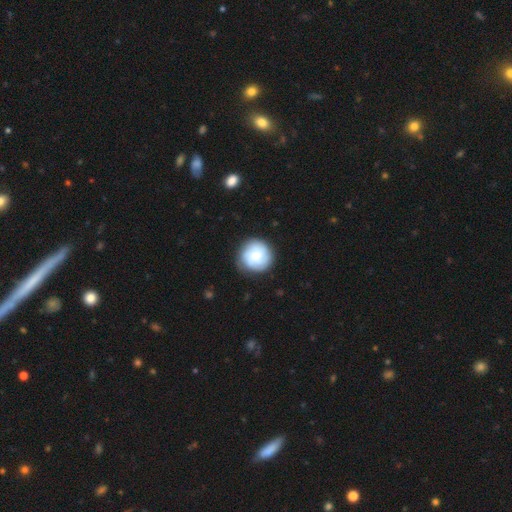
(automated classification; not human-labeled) Smooth or featured?
  - smooth: 59% *
  - featured or disk: 34%
  - star or artifact: 7%
How rounded?
  - round: 93% *
  - in between: 6%
  - cigar-shaped: 1%
Merging?
  - none: 81% *
  - minor disturbance: 14%
  - major disturbance: 4%
  - merger: 1%